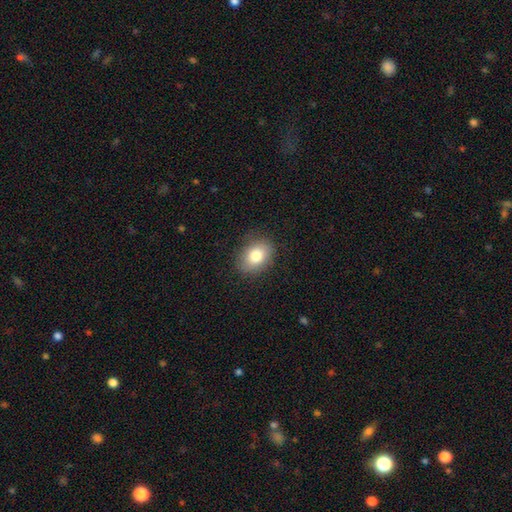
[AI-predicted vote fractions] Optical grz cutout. It shows a smooth galaxy with no disk features (80%) that is in between round and cigar-shaped (67%). Merging: none (85%).